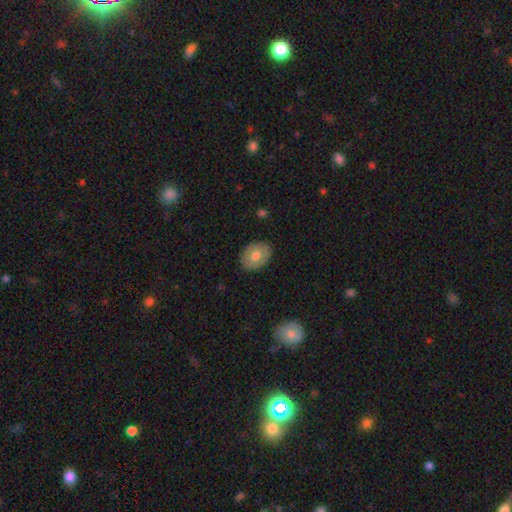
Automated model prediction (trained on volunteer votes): smooth 69%, featured or disk 24%, star or artifact 7%. Down the decision tree: how rounded — in between (68%); merging — none (87%).